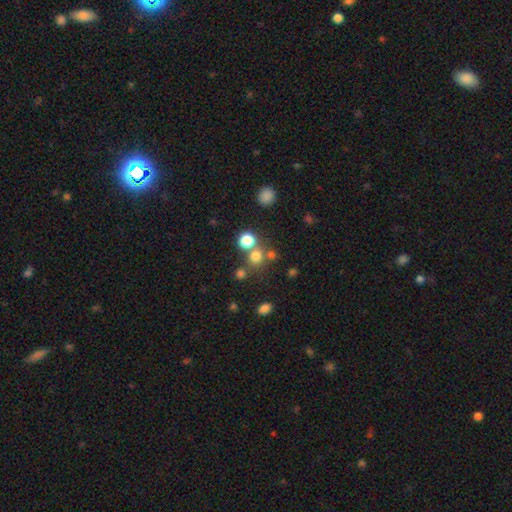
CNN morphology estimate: Q: Smooth or featured?
A: smooth (72%); runner-up: star or artifact (21%)
Q: How rounded?
A: round (88%); runner-up: in between (11%)
Q: Merging?
A: none (64%); runner-up: merger (24%)